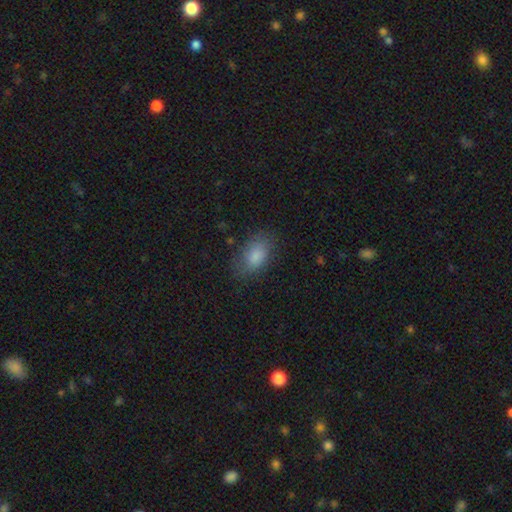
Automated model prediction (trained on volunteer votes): Smooth or featured?
  - smooth: 83% *
  - featured or disk: 9%
  - star or artifact: 9%
How rounded?
  - in between: 90% *
  - round: 8%
  - cigar-shaped: 2%
Merging?
  - none: 78% *
  - minor disturbance: 16%
  - major disturbance: 4%
  - merger: 1%